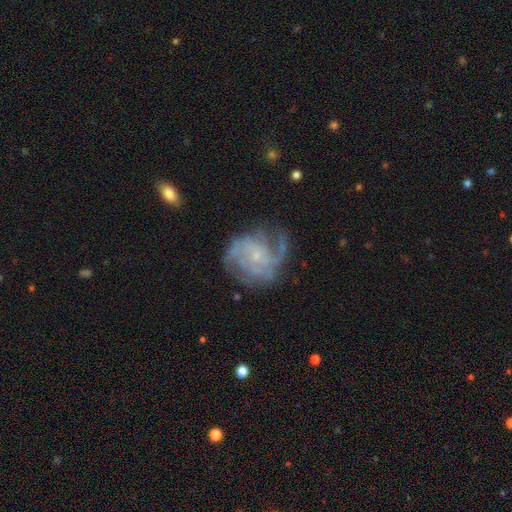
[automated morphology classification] Smooth or featured?
  - featured or disk: 84% *
  - smooth: 9%
  - star or artifact: 7%
Edge-on disk?
  - no: 98% *
  - yes: 2%
Bar?
  - no: 69% *
  - weak: 27%
  - strong: 4%
Spiral arms?
  - yes: 94% *
  - no: 6%
Spiral winding?
  - medium: 45% *
  - tight: 34%
  - loose: 20%
Spiral arm count?
  - 2: 26% *
  - 3: 25%
  - can't tell: 25%
  - 4: 10%
  - 1: 8%
  - more than 4: 7%
Bulge size?
  - small: 77% *
  - moderate: 10%
  - none: 10%
  - large: 1%
  - dominant: 1%
Merging?
  - none: 62% *
  - minor disturbance: 20%
  - major disturbance: 17%
  - merger: 2%